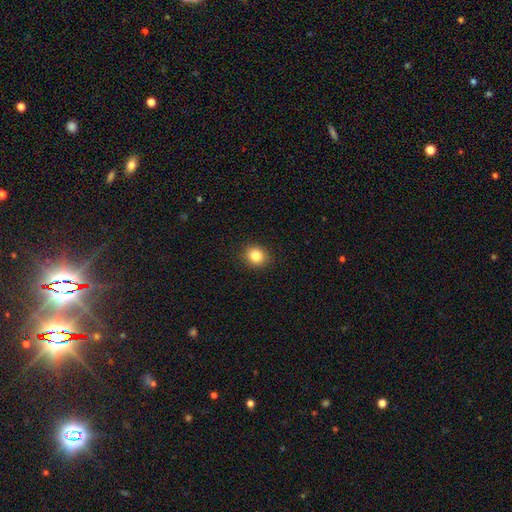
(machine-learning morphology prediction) Smooth or featured? Predicted: smooth (p=0.84). How rounded? Predicted: round (p=0.74). Merging? Predicted: none (p=0.90).